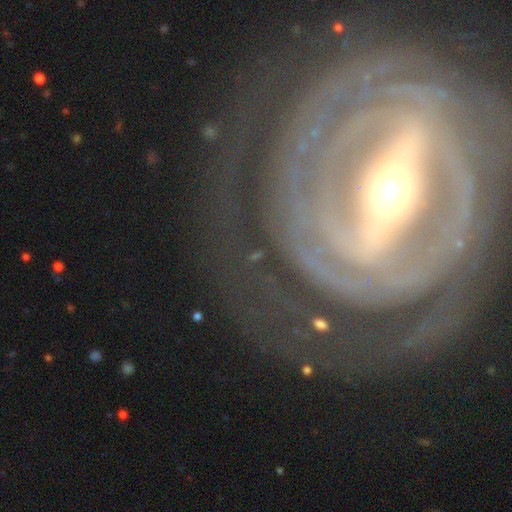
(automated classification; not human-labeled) smooth-or-featured: featured or disk: 89% | star or artifact: 6% | smooth: 5%
  disk-edge-on: no: 93% | yes: 7%
    bar: strong: 76% | weak: 16% | no: 7%
    has-spiral-arms: yes: 92% | no: 8%
      spiral-winding: tight: 75% | medium: 20% | loose: 6%
      spiral-arm-count: 2: 32% | can't tell: 28% | 3: 14% | 4: 11% | more than 4: 8% | 1: 7%
    bulge-size: small: 53% | moderate: 40% | large: 4% | dominant: 1% | none: 1%
  merging: none: 71% | major disturbance: 13% | minor disturbance: 13% | merger: 3%